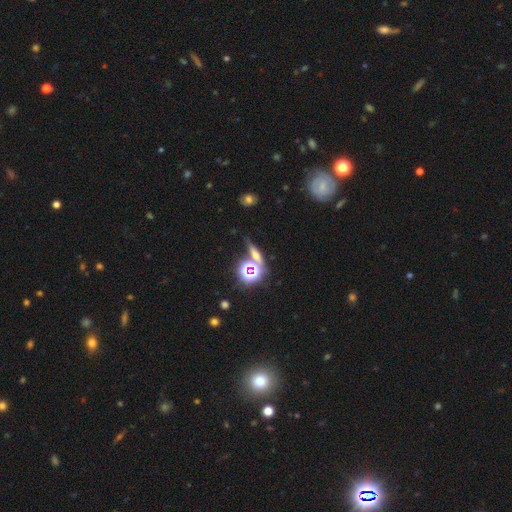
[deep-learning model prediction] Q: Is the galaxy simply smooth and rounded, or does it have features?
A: star or artifact — 43%.